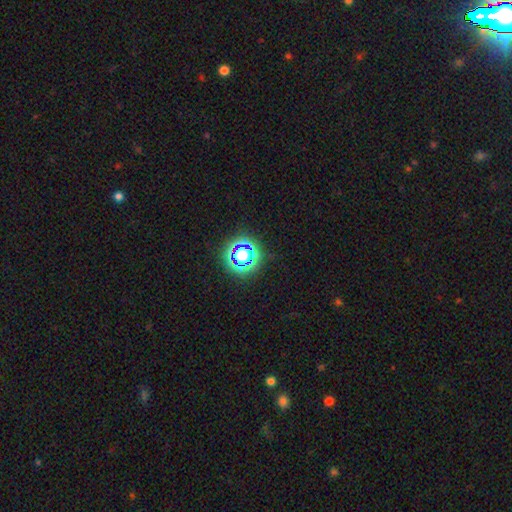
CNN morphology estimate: Smooth or featured: star or artifact — 78% (smooth — 16%)